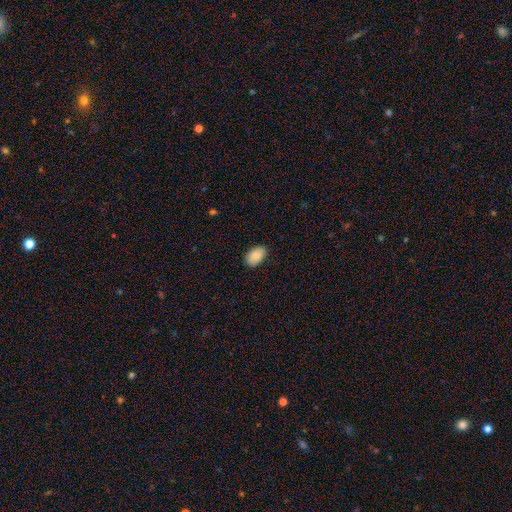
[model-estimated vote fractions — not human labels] smooth-or-featured: smooth: 90% | star or artifact: 7% | featured or disk: 4%
  how-rounded: in between: 92% | round: 7% | cigar-shaped: 1%
  merging: none: 87% | minor disturbance: 10% | major disturbance: 2% | merger: 1%